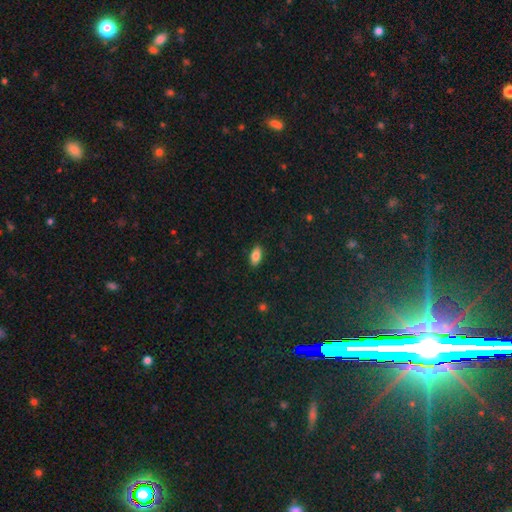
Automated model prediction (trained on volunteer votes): Smooth or featured? Predicted: smooth (p=0.84). How rounded? Predicted: in between (p=0.91). Merging? Predicted: none (p=0.88).